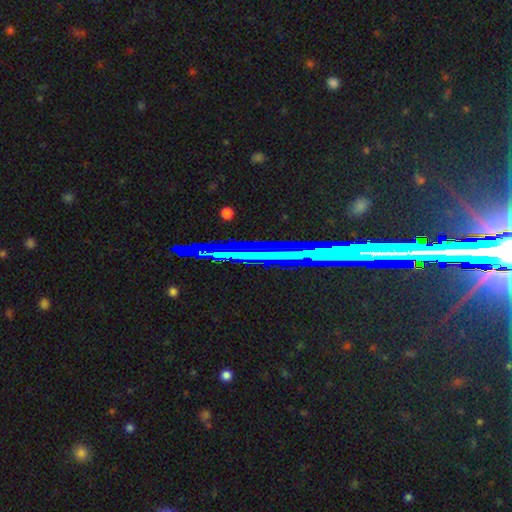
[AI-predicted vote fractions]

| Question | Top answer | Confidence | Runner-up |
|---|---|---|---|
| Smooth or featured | star or artifact | 71% | featured or disk (19%) |